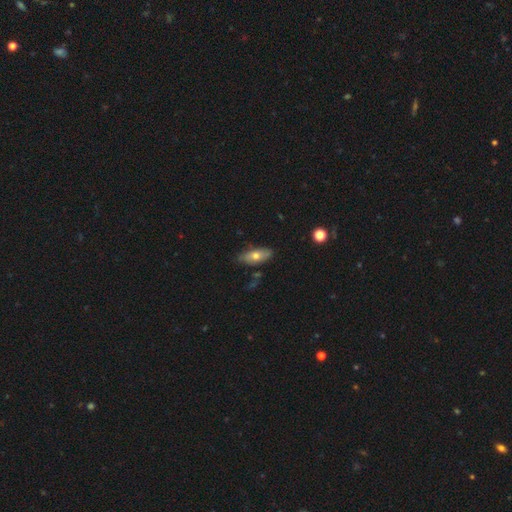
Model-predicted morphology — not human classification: Smooth or featured? Predicted: smooth (p=0.62). How rounded? Predicted: in between (p=0.78). Merging? Predicted: none (p=0.73).